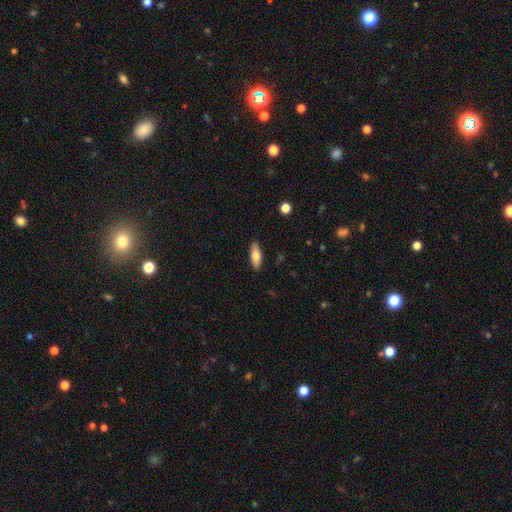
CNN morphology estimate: Smooth or featured? Predicted: smooth (p=0.74). How rounded? Predicted: in between (p=0.64). Merging? Predicted: none (p=0.88).